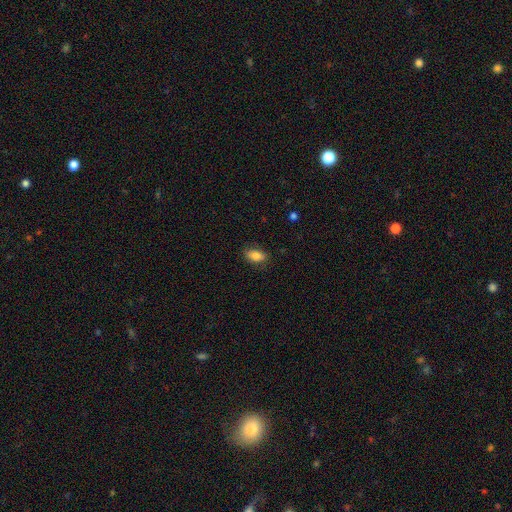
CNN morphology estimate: type=smooth (85%); roundness=in between (89%); merging=none (84%).